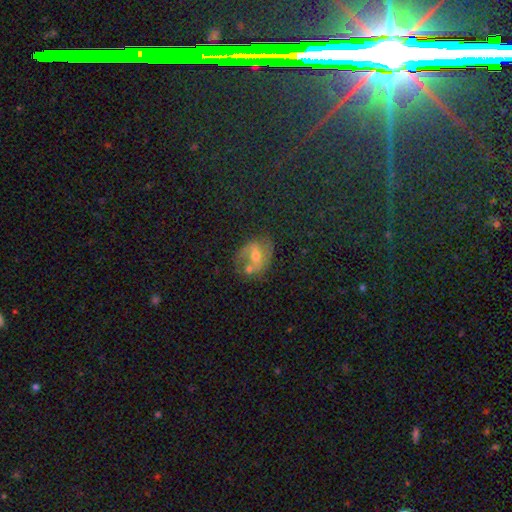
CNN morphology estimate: smooth_or_featured: featured or disk (p=0.52) [alt: smooth p=0.31]
disk_edge_on: no (p=0.96) [alt: yes p=0.04]
merging: none (p=0.45) [alt: merger p=0.22]